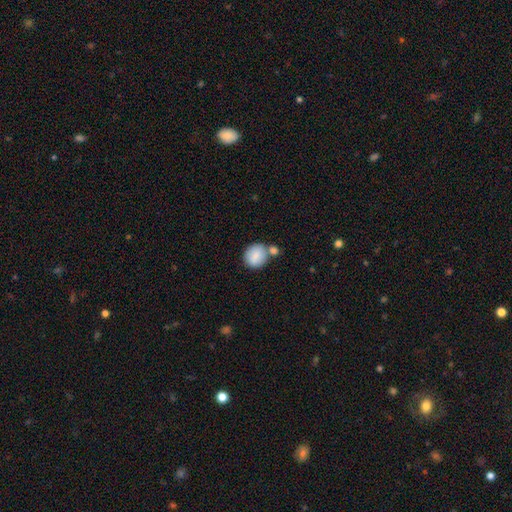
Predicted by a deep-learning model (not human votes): smooth 85%, featured or disk 8%, star or artifact 7%. Down the decision tree: how rounded — round (75%); merging — none (54%).